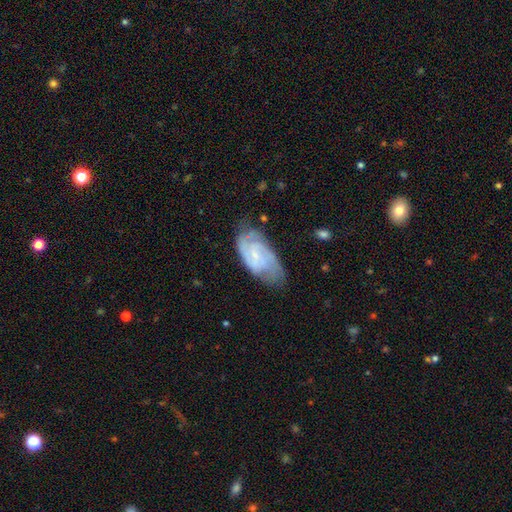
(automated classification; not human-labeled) Smooth or featured? featured or disk (77%)
Edge-on disk? no (96%)
Bar? no (47%)
Spiral arms? yes (94%)
Spiral winding? tight (46%)
Spiral arm count? 2 (43%)
Bulge size? small (71%)
Merging? none (62%)